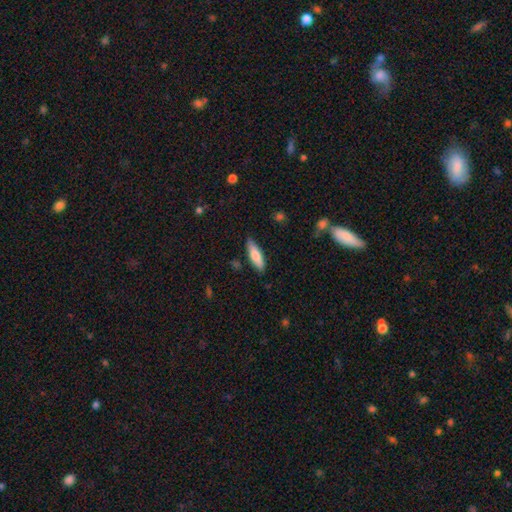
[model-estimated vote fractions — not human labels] smooth_or_featured: smooth (p=0.79) [alt: featured or disk p=0.16]
how_rounded: cigar-shaped (p=0.51) [alt: in between p=0.47]
merging: none (p=0.83) [alt: minor disturbance p=0.13]